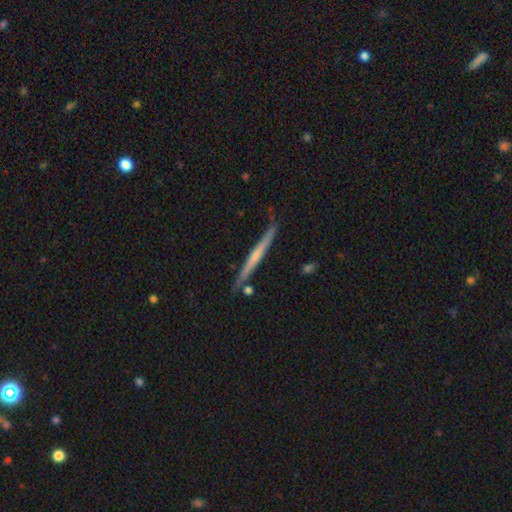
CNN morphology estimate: A featured or disk galaxy (58%) viewed edge-on (97%) with no central bulge (58%). Merging: none (82%).